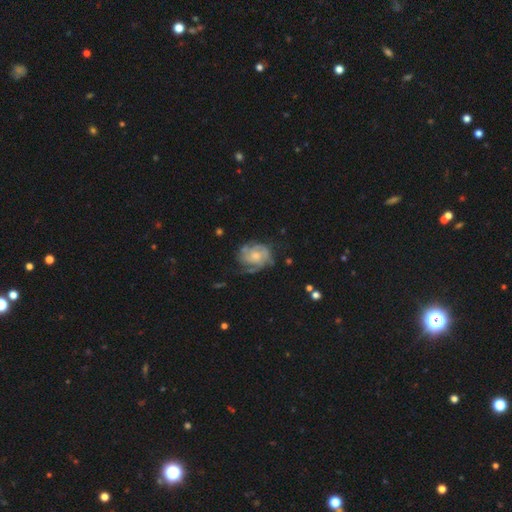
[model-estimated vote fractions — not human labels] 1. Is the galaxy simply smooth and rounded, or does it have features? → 76% featured or disk, 18% smooth, 6% star or artifact.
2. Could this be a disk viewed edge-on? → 98% no, 2% yes.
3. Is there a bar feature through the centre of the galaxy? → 76% no, 21% weak, 3% strong.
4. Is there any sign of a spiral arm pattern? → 91% yes, 9% no.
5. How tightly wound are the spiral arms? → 53% tight, 35% medium, 13% loose.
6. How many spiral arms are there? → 33% can't tell, 24% 3, 23% 2, 9% 4, 6% 1, 5% more than 4.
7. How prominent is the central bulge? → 46% moderate, 42% small, 6% none, 5% large, 1% dominant.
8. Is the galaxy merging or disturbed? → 56% none, 24% minor disturbance, 18% major disturbance, 2% merger.